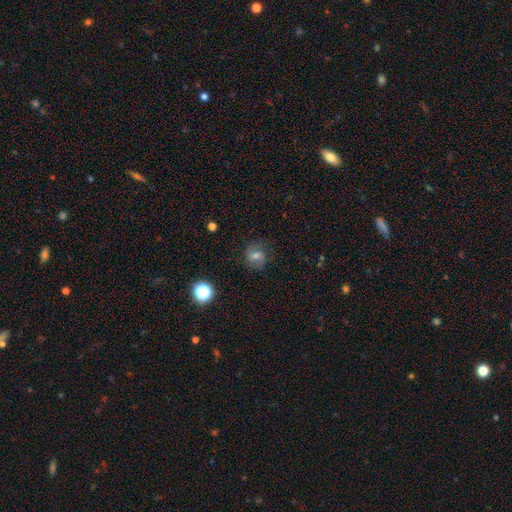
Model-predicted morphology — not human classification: This appears to be a smooth galaxy with no disk features (46%). Merging: none (76%).